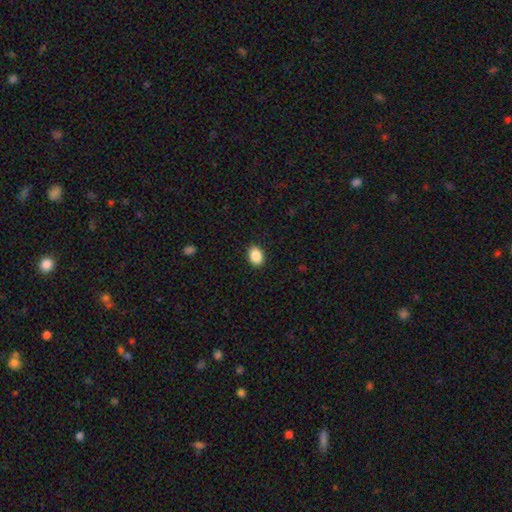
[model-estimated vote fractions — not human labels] smooth_or_featured: smooth (p=0.89) [alt: star or artifact p=0.08]
how_rounded: in between (p=0.72) [alt: round p=0.27]
merging: none (p=0.90) [alt: minor disturbance p=0.07]